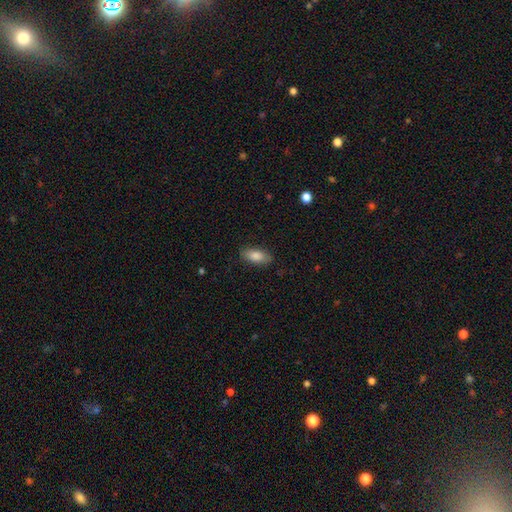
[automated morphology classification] A smooth galaxy with no disk features (85%) that is in between round and cigar-shaped (87%). Merging: none (86%).